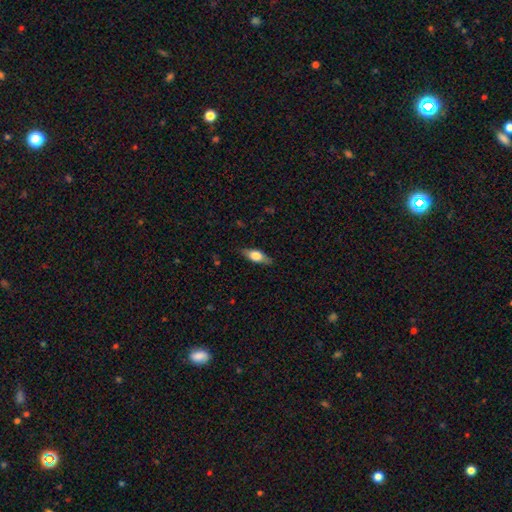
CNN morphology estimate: Smooth or featured: smooth — 60% (featured or disk — 33%)
How rounded: in between — 72% (cigar-shaped — 23%)
Merging: none — 83% (minor disturbance — 13%)